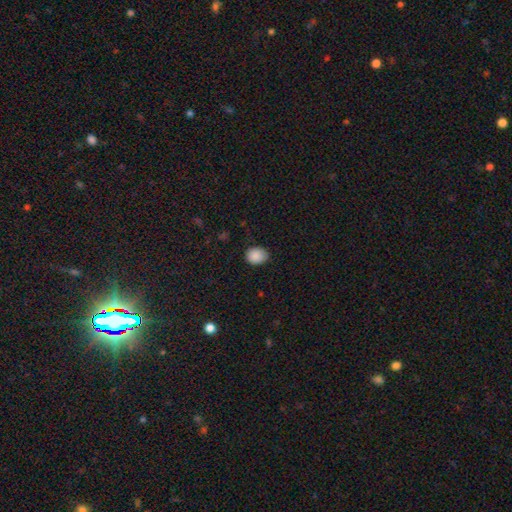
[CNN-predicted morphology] The model was most divided on "how rounded": round: 55%, in between: 44%, cigar-shaped: 1%. More confident: smooth or featured — smooth (88%); merging — none (78%).